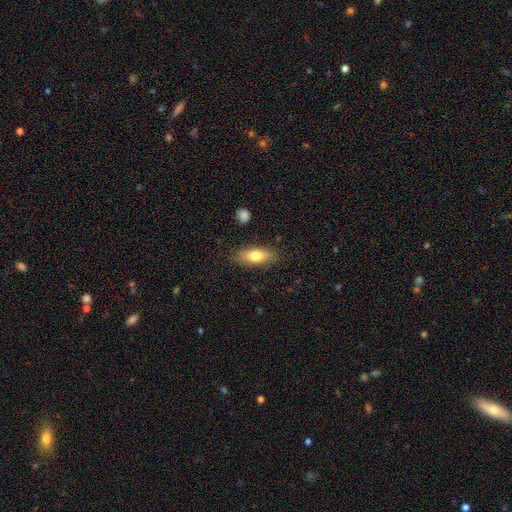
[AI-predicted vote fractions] Smooth or featured? Predicted: smooth (p=0.74). How rounded? Predicted: in between (p=0.76). Merging? Predicted: none (p=0.84).